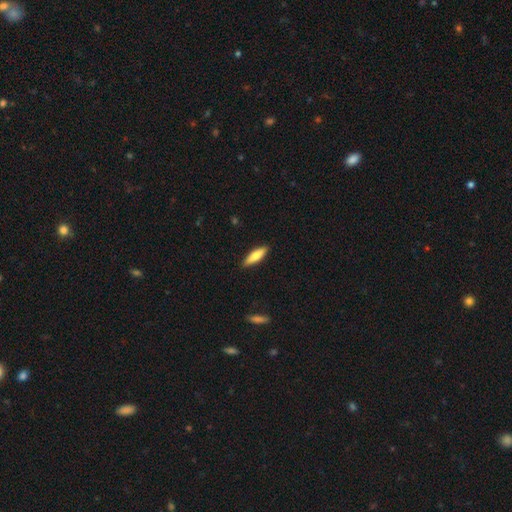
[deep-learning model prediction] Smooth or featured?
  - smooth: 72% *
  - featured or disk: 23%
  - star or artifact: 6%
How rounded?
  - cigar-shaped: 64% *
  - in between: 34%
  - round: 2%
Merging?
  - none: 89% *
  - minor disturbance: 8%
  - major disturbance: 2%
  - merger: 1%